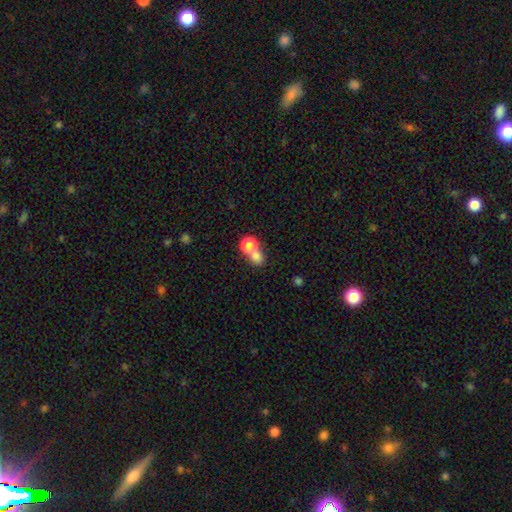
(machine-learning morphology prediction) The model was most divided on "merging": merger: 46%, none: 44%, minor disturbance: 6%, major disturbance: 4%. More confident: how rounded — round (79%); smooth or featured — smooth (77%).